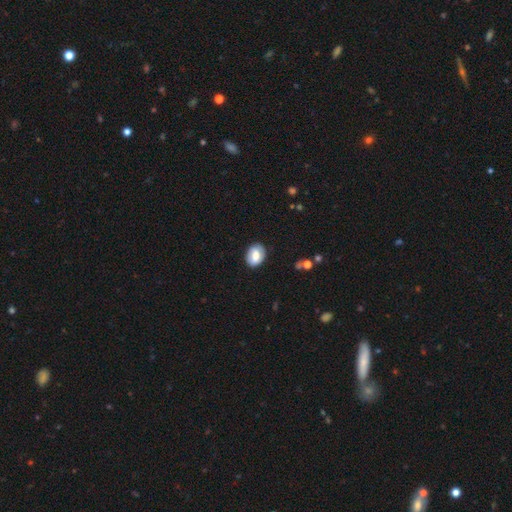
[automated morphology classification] Overall: smooth (66%; featured or disk 27%). How rounded: in between (73%). Merging: none (83%).